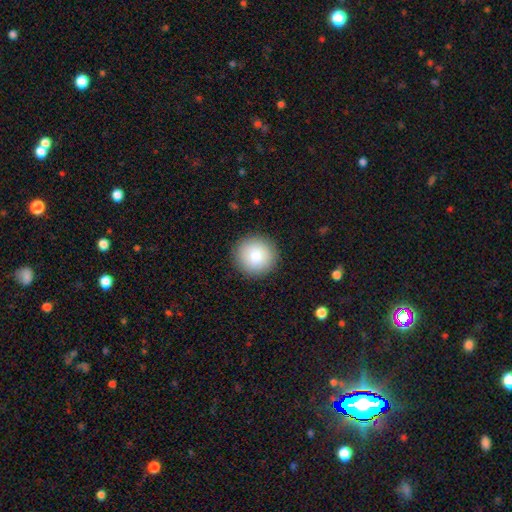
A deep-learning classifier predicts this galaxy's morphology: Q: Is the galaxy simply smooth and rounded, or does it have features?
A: smooth — 82%.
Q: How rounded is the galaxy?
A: round — 94%.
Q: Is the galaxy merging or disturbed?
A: none — 91%.